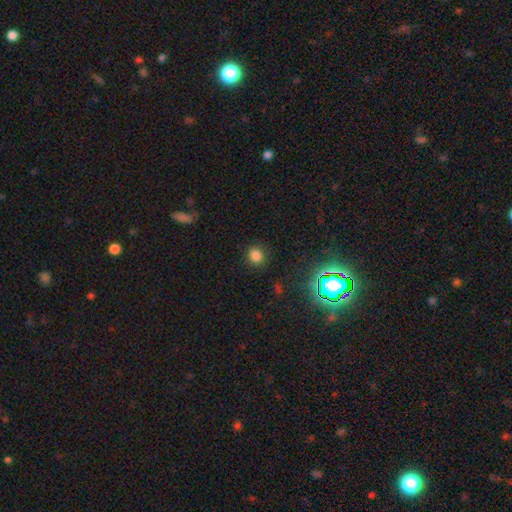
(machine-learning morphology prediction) Q: Smooth or featured?
A: smooth (78%); runner-up: star or artifact (17%)
Q: How rounded?
A: round (70%); runner-up: in between (29%)
Q: Merging?
A: none (85%); runner-up: minor disturbance (10%)